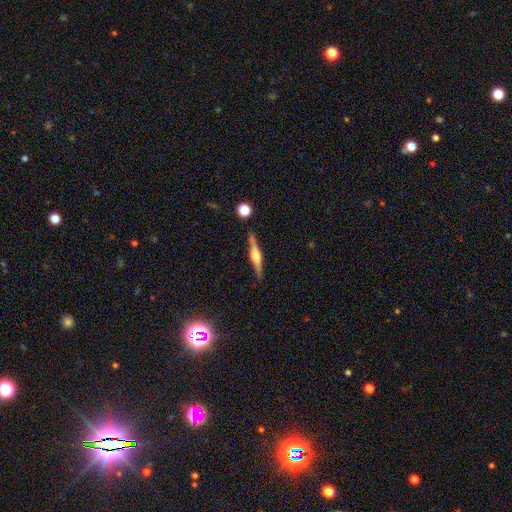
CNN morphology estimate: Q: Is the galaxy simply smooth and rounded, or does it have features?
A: featured or disk — 73%.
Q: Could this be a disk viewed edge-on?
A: yes — 97%.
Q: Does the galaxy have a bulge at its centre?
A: rounded — 86%.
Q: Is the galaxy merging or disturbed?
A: none — 83%.